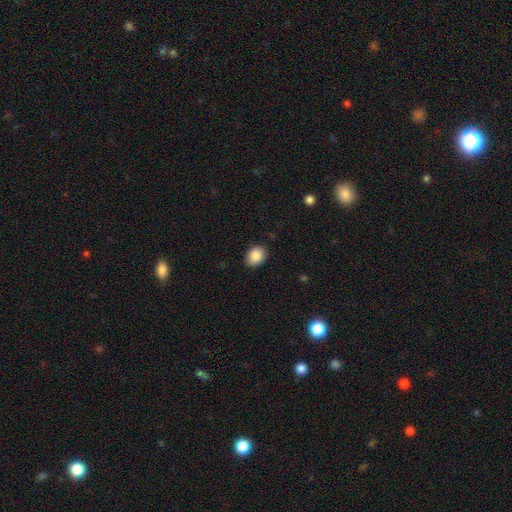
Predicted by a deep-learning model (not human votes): This appears to be a smooth galaxy with no disk features (89%) that is in between round and cigar-shaped (63%). Merging: none (85%).